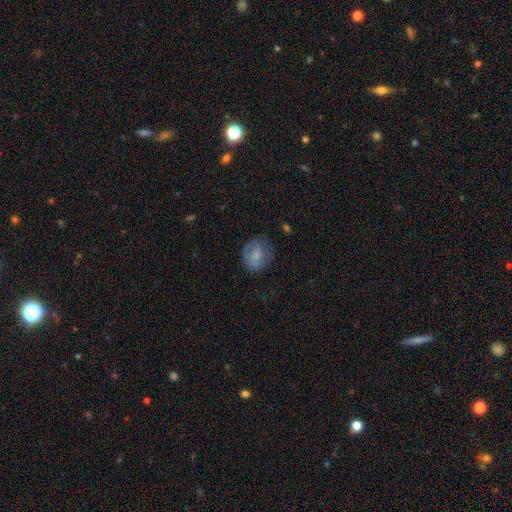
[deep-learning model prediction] This appears to be a smooth galaxy with no disk features (69%) that is round (63%). Merging: none (65%).